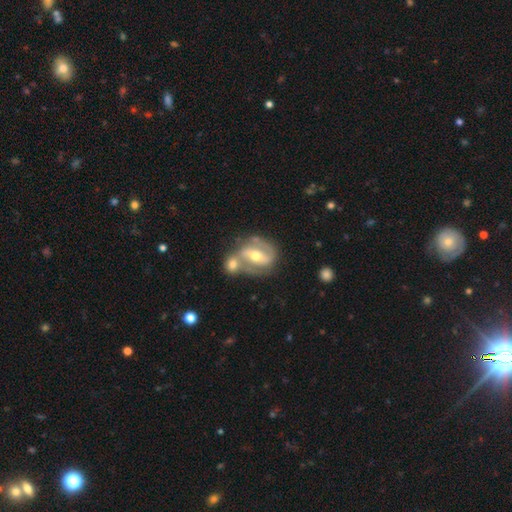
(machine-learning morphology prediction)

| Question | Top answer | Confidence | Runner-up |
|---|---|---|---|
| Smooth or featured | featured or disk | 79% | smooth (15%) |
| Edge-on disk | no | 95% | yes (5%) |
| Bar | strong | 49% | weak (33%) |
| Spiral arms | yes | 85% | no (15%) |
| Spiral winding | medium | 49% | tight (32%) |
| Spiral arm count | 2 | 84% | can't tell (9%) |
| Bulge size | moderate | 69% | small (24%) |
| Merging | none | 43% | merger (37%) |